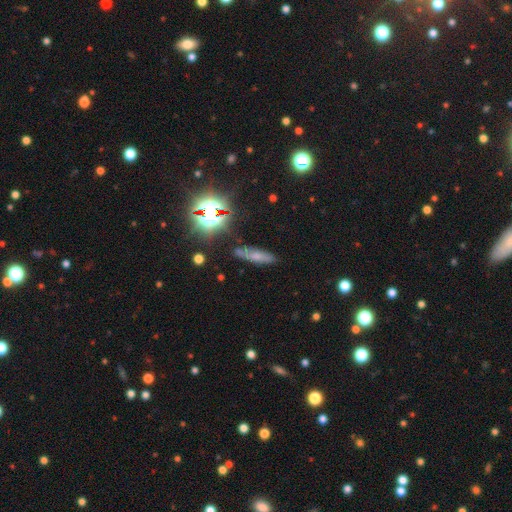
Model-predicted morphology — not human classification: type=smooth (50%); merging=none (77%).